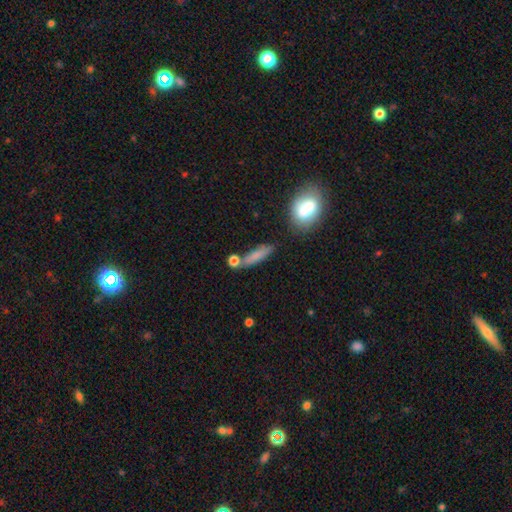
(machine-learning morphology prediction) A smooth galaxy with no disk features (75%) that is cigar-shaped (72%).

Vote fractions:
- Smooth or featured? smooth: 75% / featured or disk: 17% / star or artifact: 8%
- How rounded? cigar-shaped: 72% / in between: 23% / round: 5%
- Merging? none: 66% / minor disturbance: 16% / merger: 13% / major disturbance: 5%